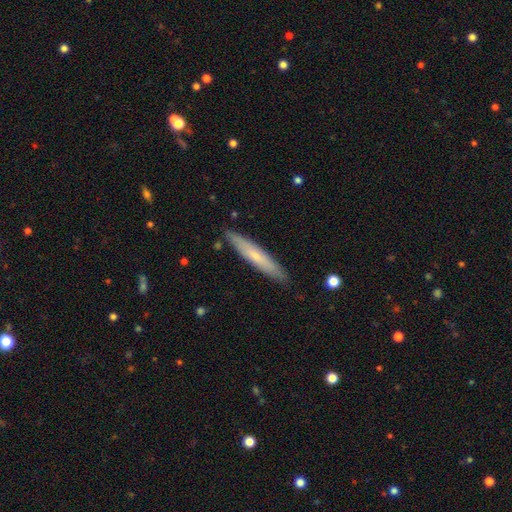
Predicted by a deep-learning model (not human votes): Smooth or featured: smooth — 60% (featured or disk — 34%)
How rounded: cigar-shaped — 93% (in between — 6%)
Merging: none — 89% (minor disturbance — 8%)